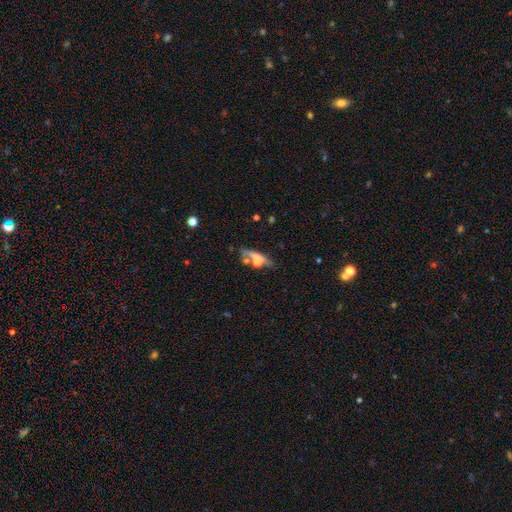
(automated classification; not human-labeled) Smooth or featured: smooth — 48% (featured or disk — 42%)
Merging: none — 45% (merger — 24%)